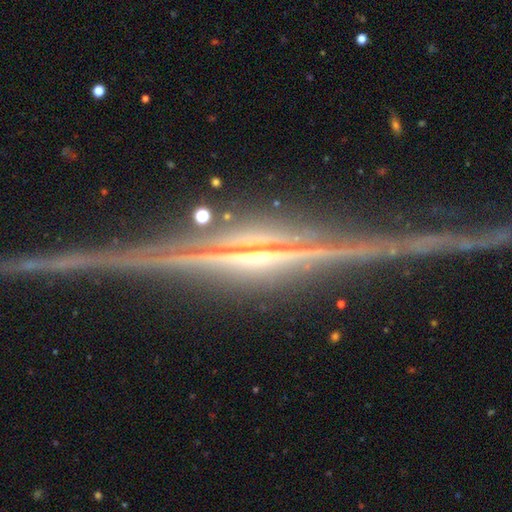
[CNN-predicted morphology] Smooth or featured? Predicted: featured or disk (p=0.88). Edge-on disk? Predicted: yes (p=0.97). Edge-on bulge? Predicted: rounded (p=0.66). Merging? Predicted: none (p=0.85).